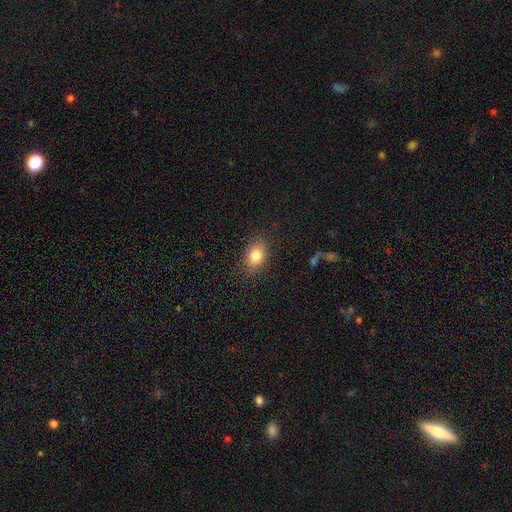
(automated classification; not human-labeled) The model was most divided on "how rounded": in between: 70%, round: 28%, cigar-shaped: 1%. More confident: merging — none (86%); smooth or featured — smooth (80%).